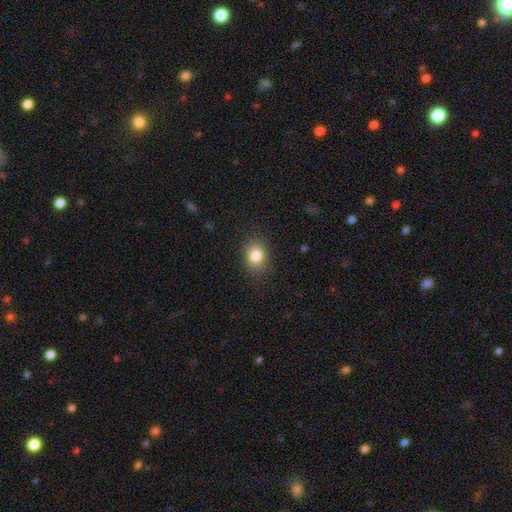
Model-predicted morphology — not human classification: Smooth or featured?
  - smooth: 83% *
  - star or artifact: 10%
  - featured or disk: 7%
How rounded?
  - round: 53% *
  - in between: 46%
  - cigar-shaped: 1%
Merging?
  - none: 87% *
  - minor disturbance: 9%
  - major disturbance: 3%
  - merger: 1%